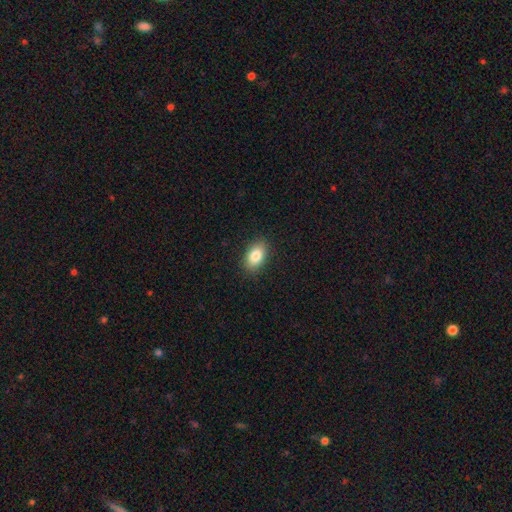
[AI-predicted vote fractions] A smooth galaxy with no disk features (84%) that is in between round and cigar-shaped (90%).

Vote fractions:
- Smooth or featured? smooth: 84% / featured or disk: 8% / star or artifact: 8%
- How rounded? in between: 90% / round: 8% / cigar-shaped: 2%
- Merging? none: 89% / minor disturbance: 8% / major disturbance: 2% / merger: 1%